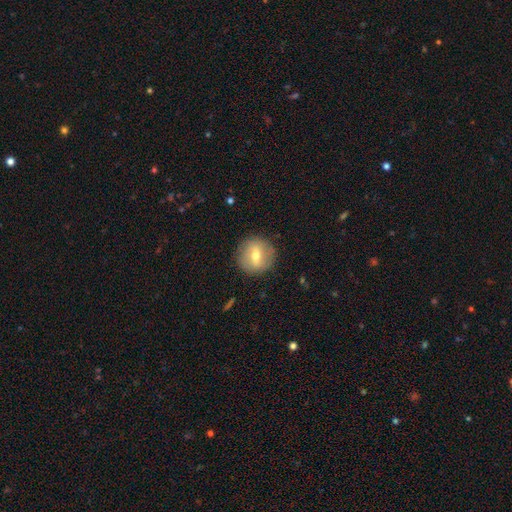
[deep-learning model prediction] Morphology: type=smooth (51%); roundness=round (91%); merging=none (87%).